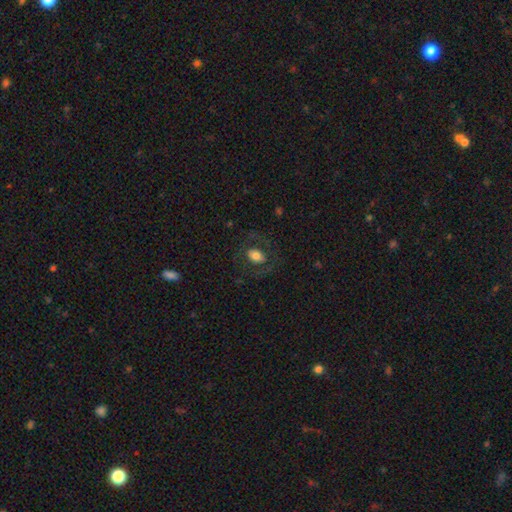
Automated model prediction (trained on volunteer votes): Smooth or featured? smooth (65%)
How rounded? in between (77%)
Merging? none (75%)